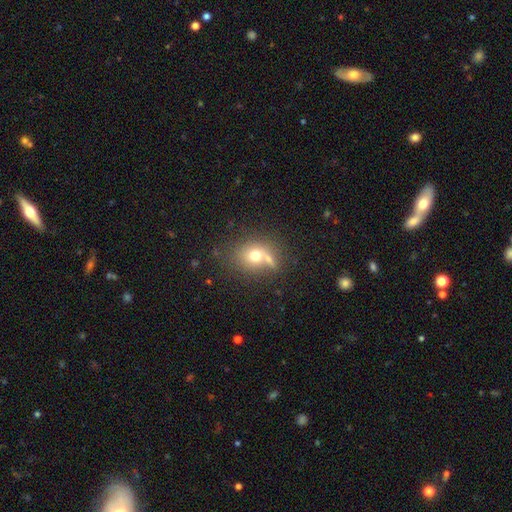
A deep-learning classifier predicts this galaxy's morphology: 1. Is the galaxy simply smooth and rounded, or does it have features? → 69% smooth, 18% featured or disk, 12% star or artifact.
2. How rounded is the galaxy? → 59% round, 39% in between, 2% cigar-shaped.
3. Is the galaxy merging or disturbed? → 46% none, 25% merger, 16% minor disturbance, 12% major disturbance.